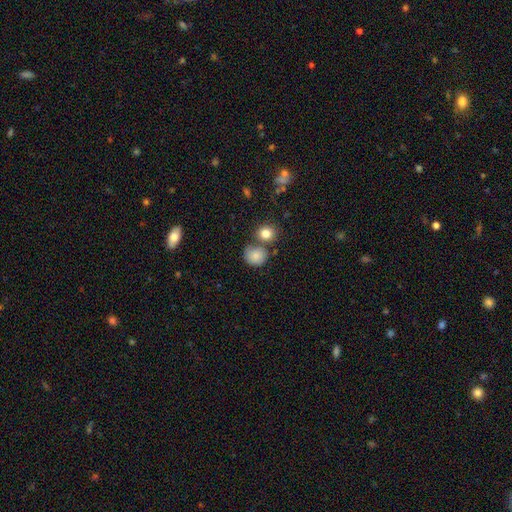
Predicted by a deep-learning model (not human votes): Smooth or featured? Predicted: smooth (p=0.82). How rounded? Predicted: round (p=0.75). Merging? Predicted: none (p=0.57).